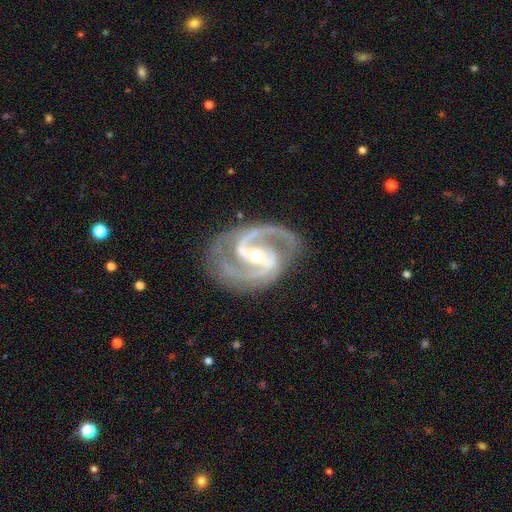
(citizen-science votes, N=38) Smooth or featured? featured or disk (95%)
Edge-on disk? no (97%)
Bar? weak (51%)
Spiral arms? yes (100%)
Spiral winding? medium (80%)
Spiral arm count? 2 (97%)
Bulge size? moderate (60%)
Merging? none (70%)